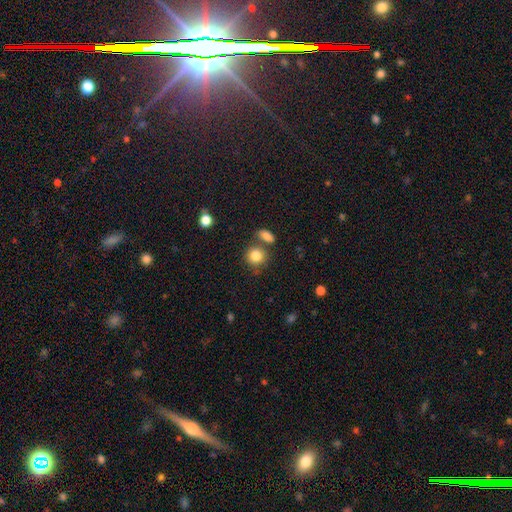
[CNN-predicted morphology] type=smooth (84%); roundness=round (81%); merging=none (66%).